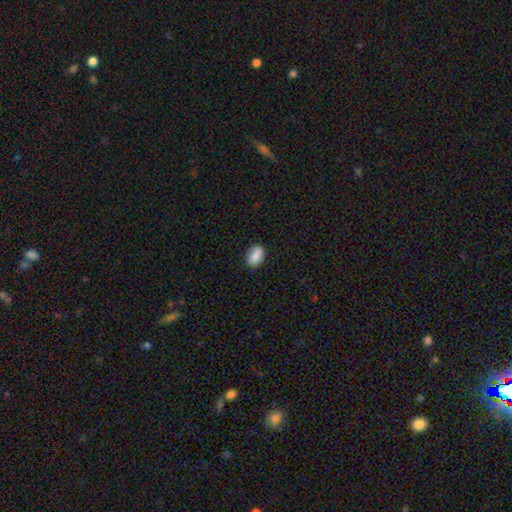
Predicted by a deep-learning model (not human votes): This appears to be a smooth galaxy with no disk features (89%) that is in between round and cigar-shaped (90%). Merging: none (86%).